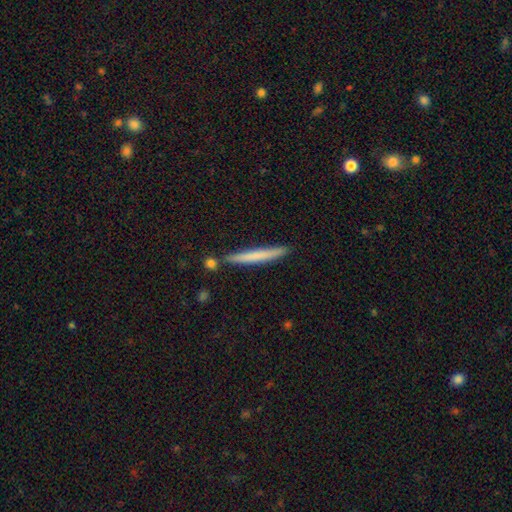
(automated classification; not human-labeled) A smooth galaxy with no disk features (65%) that is cigar-shaped (96%).

Vote fractions:
- Smooth or featured? smooth: 65% / featured or disk: 29% / star or artifact: 6%
- How rounded? cigar-shaped: 96% / in between: 2% / round: 1%
- Merging? none: 83% / minor disturbance: 10% / merger: 5% / major disturbance: 2%